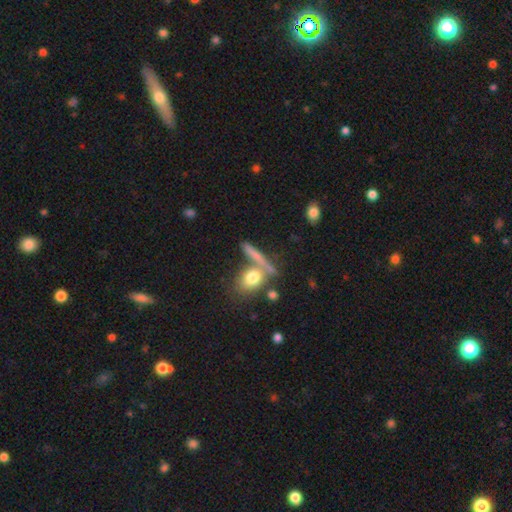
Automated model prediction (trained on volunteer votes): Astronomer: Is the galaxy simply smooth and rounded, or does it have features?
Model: smooth — 66%.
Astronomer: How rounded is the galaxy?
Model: cigar-shaped — 47% (runner-up: in between, 28%).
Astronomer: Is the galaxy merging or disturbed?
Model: none — 57%.